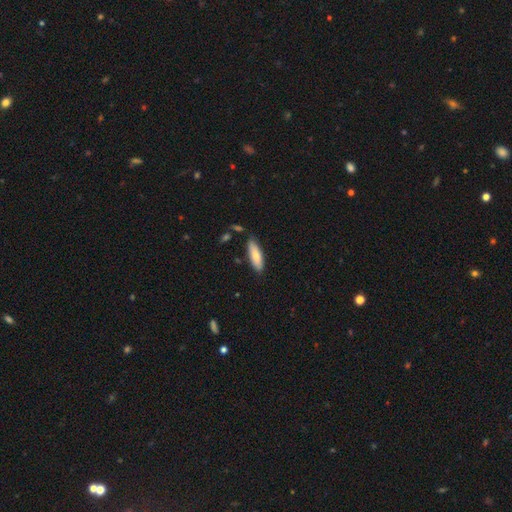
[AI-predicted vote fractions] This is likely a smooth galaxy (76%). How rounded: possibly cigar-shaped (49%, tied with in between). Merging: clearly none (81%).